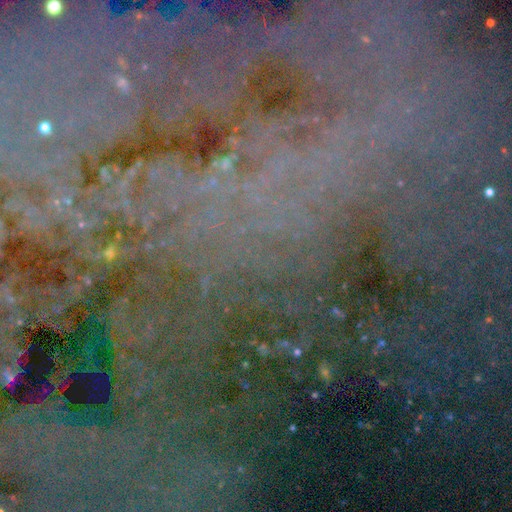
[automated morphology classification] Smooth or featured? Predicted: star or artifact (p=0.84).